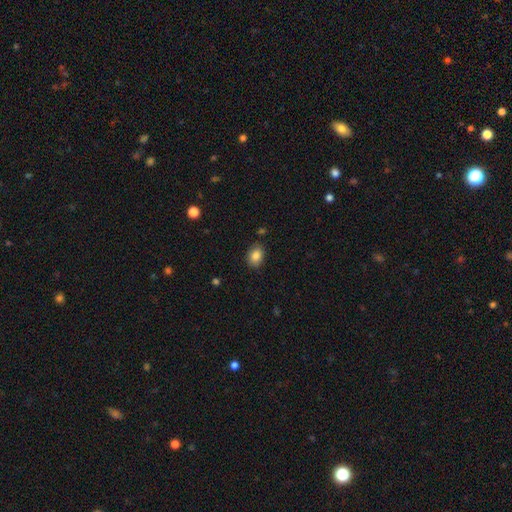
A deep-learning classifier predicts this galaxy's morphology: smooth_or_featured: smooth (p=0.86) [alt: star or artifact p=0.09]
how_rounded: in between (p=0.70) [alt: round p=0.28]
merging: none (p=0.83) [alt: minor disturbance p=0.12]